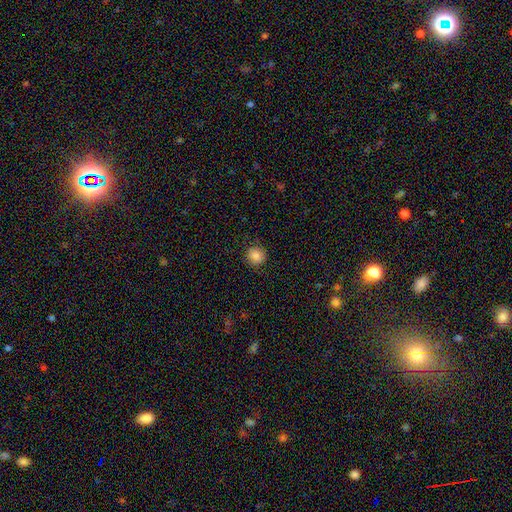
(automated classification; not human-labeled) Overall: smooth (86%). How rounded: round (91%). Merging: none (89%).